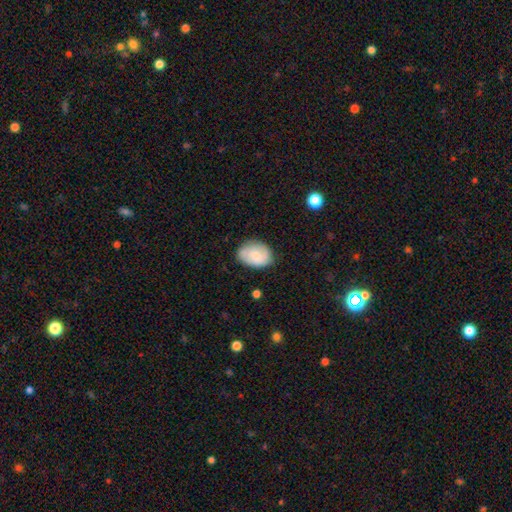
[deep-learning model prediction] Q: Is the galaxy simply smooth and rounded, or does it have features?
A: smooth — 71%.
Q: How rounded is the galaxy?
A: in between — 79%.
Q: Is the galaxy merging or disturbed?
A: none — 73%.